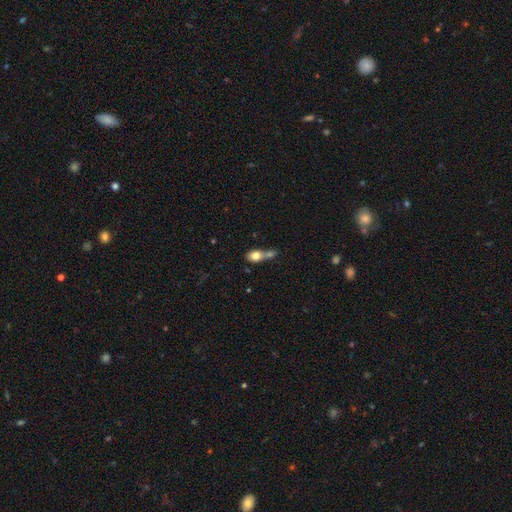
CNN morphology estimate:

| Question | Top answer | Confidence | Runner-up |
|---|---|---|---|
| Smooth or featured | smooth | 76% | featured or disk (15%) |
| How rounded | in between | 66% | round (29%) |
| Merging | merger | 58% | none (24%) |